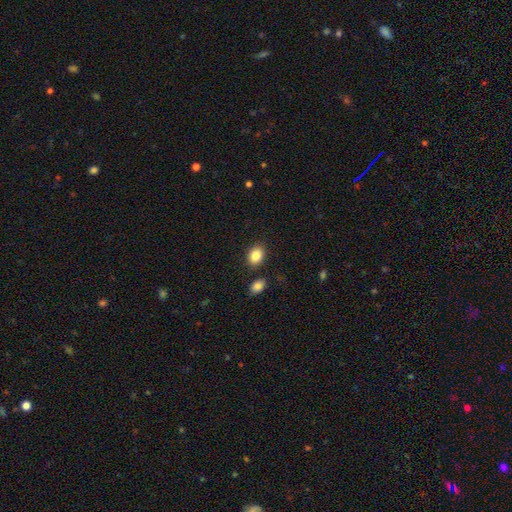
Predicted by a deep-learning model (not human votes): smooth 85%, star or artifact 8%, featured or disk 6%. Down the decision tree: how rounded — in between (67%); merging — none (84%).